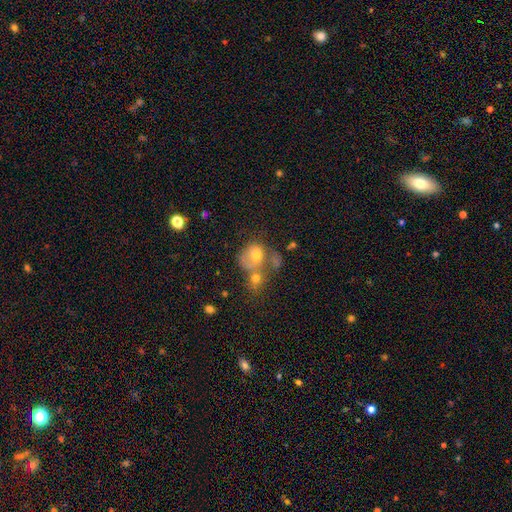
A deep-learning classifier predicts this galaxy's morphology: Q: Smooth or featured?
A: smooth (57%); runner-up: featured or disk (28%)
Q: How rounded?
A: round (55%); runner-up: in between (43%)
Q: Merging?
A: merger (48%); runner-up: none (25%)